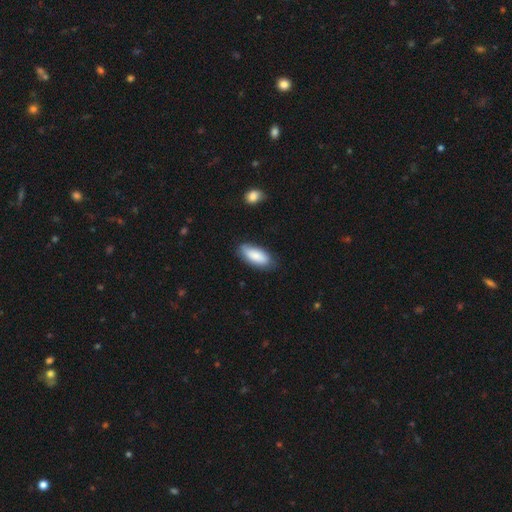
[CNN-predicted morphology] This appears to be a smooth galaxy with no disk features (83%) that is in between round and cigar-shaped (83%). Merging: none (79%).